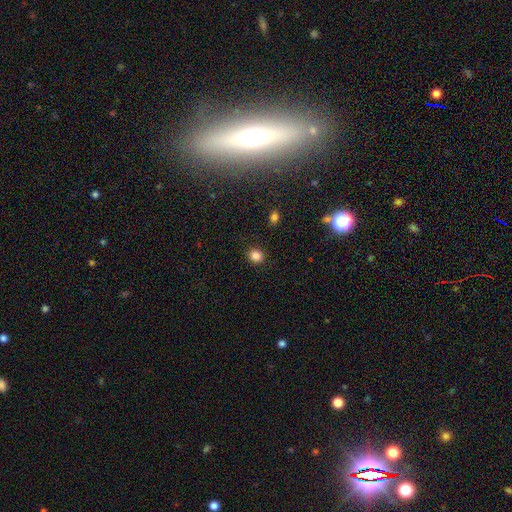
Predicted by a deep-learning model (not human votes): Smooth or featured? Predicted: smooth (p=0.85). How rounded? Predicted: round (p=0.66). Merging? Predicted: none (p=0.88).